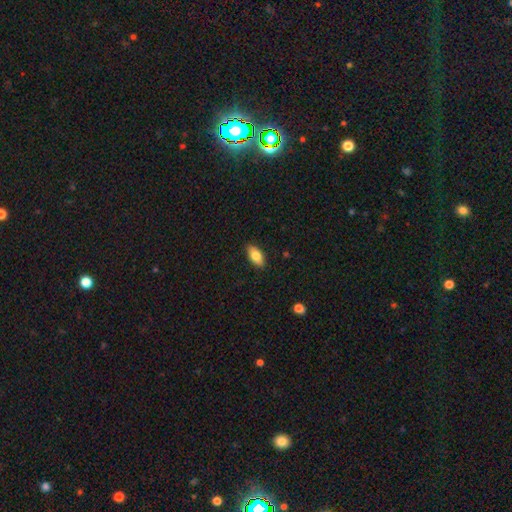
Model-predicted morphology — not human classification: The model was most divided on "smooth or featured": smooth: 79%, featured or disk: 14%, star or artifact: 7%. More confident: how rounded — in between (90%); merging — none (88%).